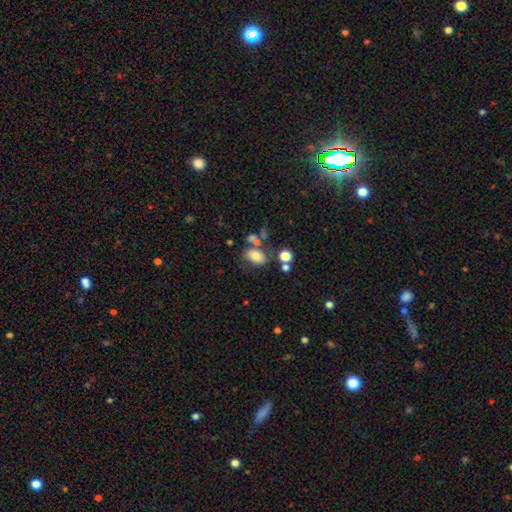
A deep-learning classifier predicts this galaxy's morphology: A smooth galaxy with no disk features (76%) that is in between round and cigar-shaped (82%).

Vote fractions:
- Smooth or featured? smooth: 76% / featured or disk: 13% / star or artifact: 11%
- How rounded? in between: 82% / round: 17% / cigar-shaped: 1%
- Merging? none: 60% / merger: 17% / minor disturbance: 16% / major disturbance: 7%